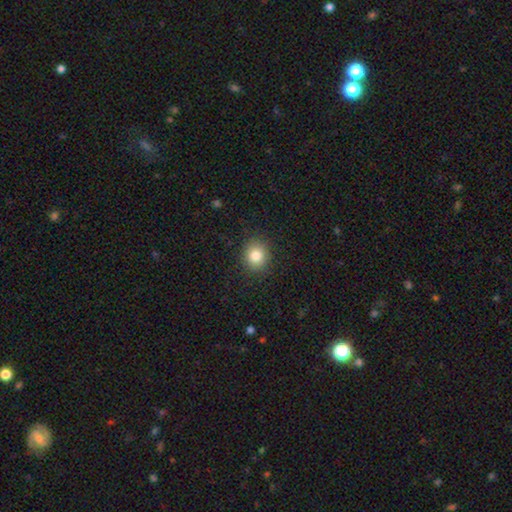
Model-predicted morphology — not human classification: type=smooth (84%); roundness=round (78%); merging=none (89%).